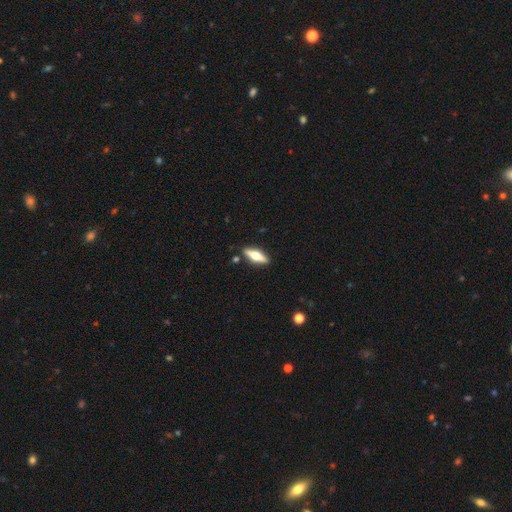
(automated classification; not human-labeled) Morphology: type=featured or disk (52%); edge-on=yes (92%); merging=none (87%).